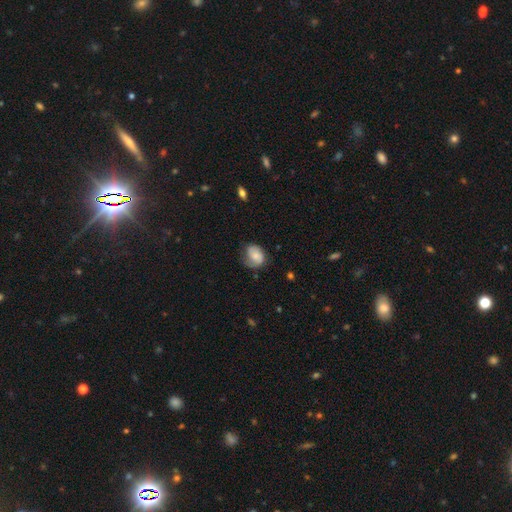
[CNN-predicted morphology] smooth 61%, featured or disk 31%, star or artifact 8%. Down the decision tree: how rounded — in between (59%); merging — none (46%).